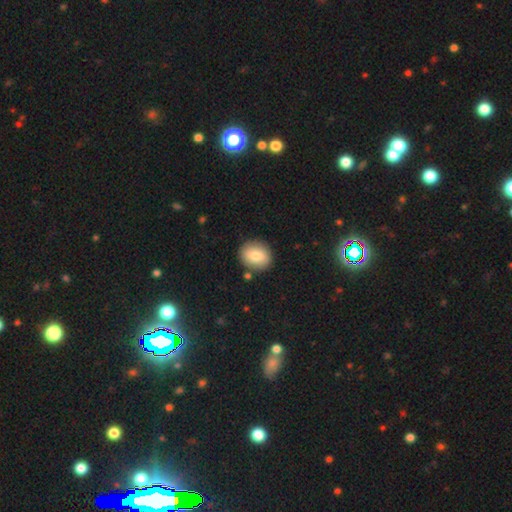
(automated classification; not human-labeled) Smooth or featured? smooth (79%)
How rounded? round (65%)
Merging? none (85%)